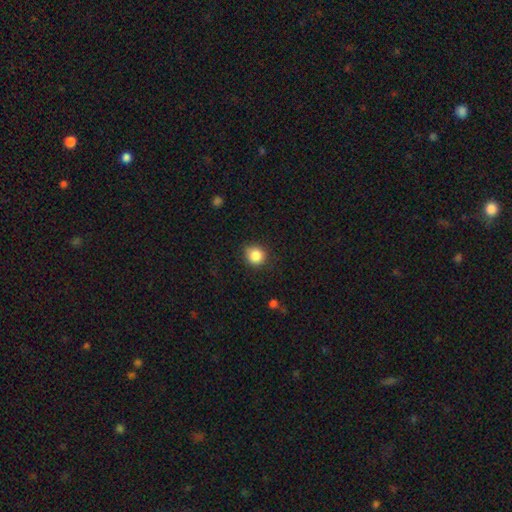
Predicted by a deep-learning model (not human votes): This appears to be a smooth galaxy with no disk features (86%) that is round (89%). Merging: none (79%).